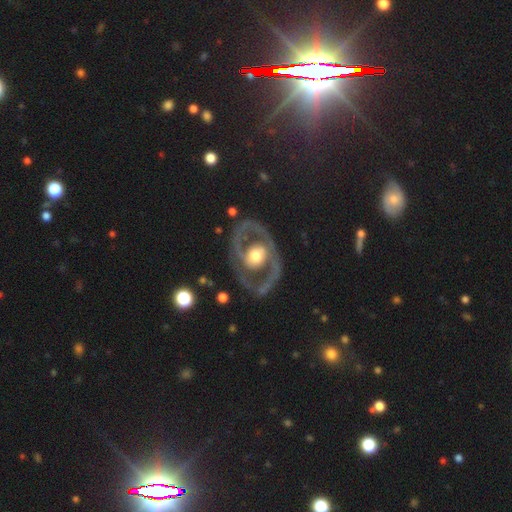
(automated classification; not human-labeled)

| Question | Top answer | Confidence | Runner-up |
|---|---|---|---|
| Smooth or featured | featured or disk | 77% | smooth (19%) |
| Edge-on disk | no | 95% | yes (5%) |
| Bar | no | 66% | weak (22%) |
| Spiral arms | no | 51% | yes (49%) |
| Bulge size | moderate | 55% | large (37%) |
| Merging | none | 73% | minor disturbance (14%) |